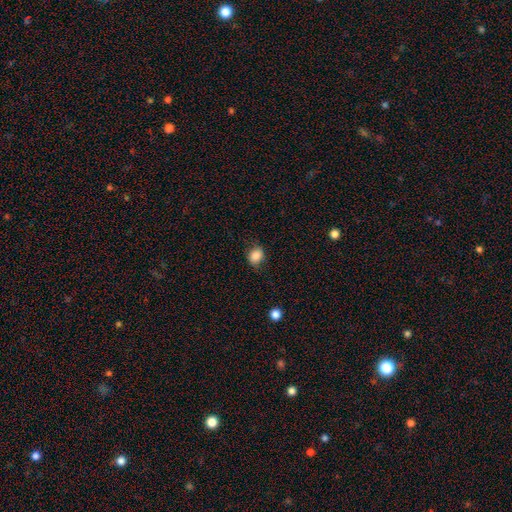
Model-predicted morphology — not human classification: smooth-or-featured: smooth: 85% | star or artifact: 9% | featured or disk: 6%
  how-rounded: round: 55% | in between: 44% | cigar-shaped: 1%
  merging: none: 73% | minor disturbance: 21% | major disturbance: 5% | merger: 1%